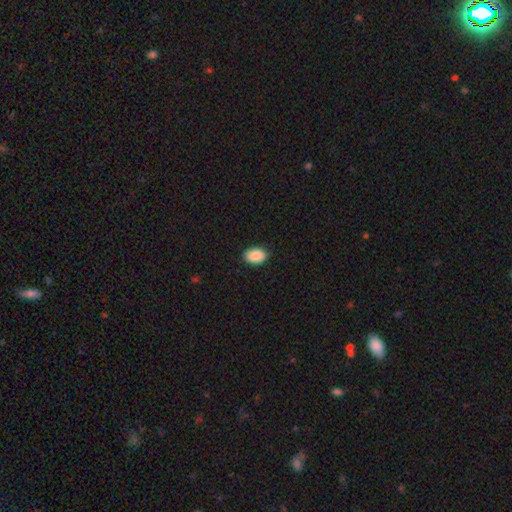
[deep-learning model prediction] smooth 90%, star or artifact 7%, featured or disk 3%. Down the decision tree: how rounded — in between (87%); merging — none (88%).